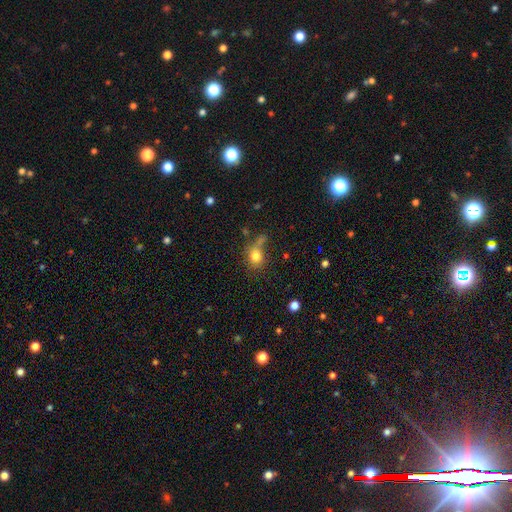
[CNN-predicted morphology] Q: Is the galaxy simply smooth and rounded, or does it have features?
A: smooth — 78%.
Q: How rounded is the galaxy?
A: round — 66%.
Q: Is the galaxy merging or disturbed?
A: none — 53%.